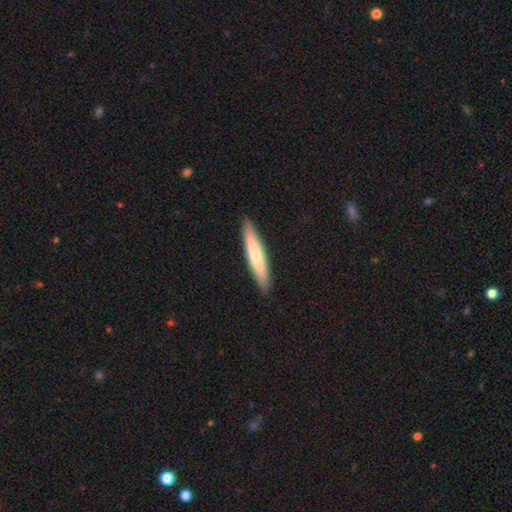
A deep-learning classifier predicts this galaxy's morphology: Smooth or featured: smooth — 61% (featured or disk — 34%)
How rounded: cigar-shaped — 90% (in between — 9%)
Merging: none — 91% (minor disturbance — 7%)